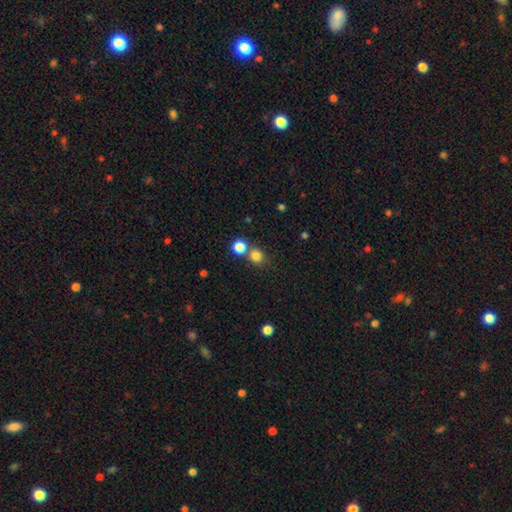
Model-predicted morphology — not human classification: A smooth galaxy with no disk features (80%) that is round (84%).

Vote fractions:
- Smooth or featured? smooth: 80% / star or artifact: 14% / featured or disk: 6%
- How rounded? round: 84% / in between: 15% / cigar-shaped: 1%
- Merging? none: 62% / merger: 26% / minor disturbance: 8% / major disturbance: 3%